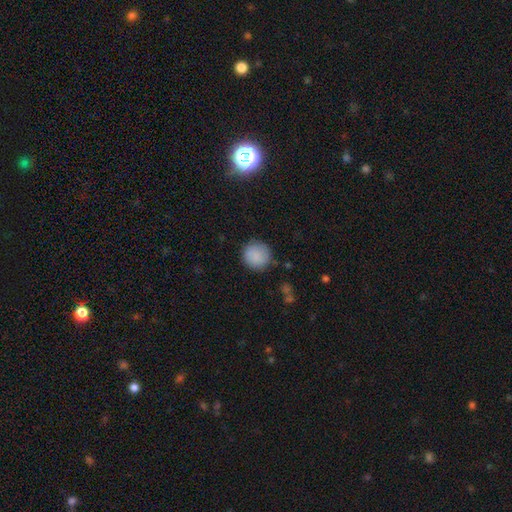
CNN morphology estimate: smooth-or-featured: smooth: 88% | star or artifact: 8% | featured or disk: 5%
  how-rounded: round: 94% | in between: 5% | cigar-shaped: 1%
  merging: none: 86% | minor disturbance: 10% | major disturbance: 3% | merger: 2%